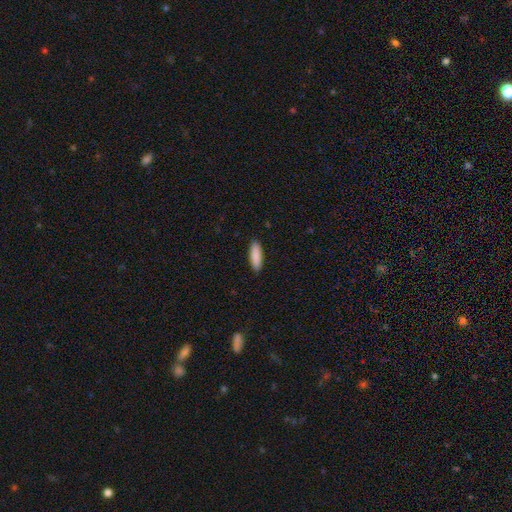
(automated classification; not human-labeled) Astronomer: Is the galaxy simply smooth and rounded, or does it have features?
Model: smooth — 89%.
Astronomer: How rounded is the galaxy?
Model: cigar-shaped — 58% (runner-up: in between, 41%).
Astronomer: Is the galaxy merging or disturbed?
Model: none — 91%.